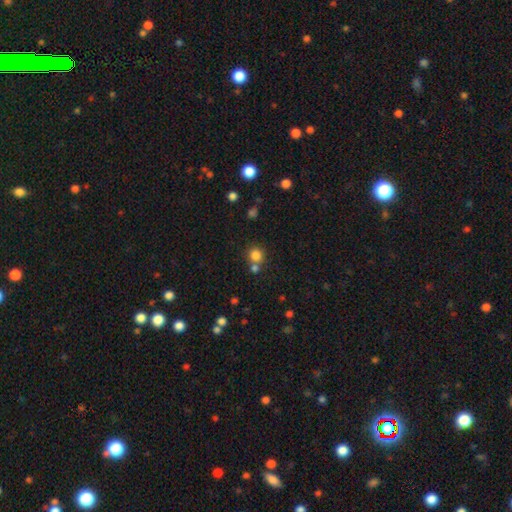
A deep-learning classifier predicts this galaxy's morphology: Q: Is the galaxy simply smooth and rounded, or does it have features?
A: smooth — 81%.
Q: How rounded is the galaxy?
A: round — 89%.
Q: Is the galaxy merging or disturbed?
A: none — 64%.